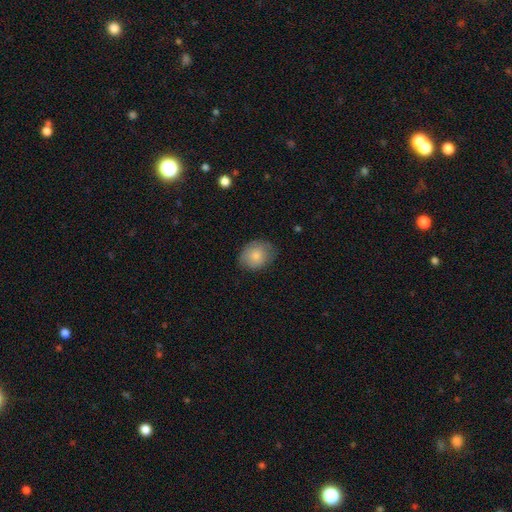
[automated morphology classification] Q: Smooth or featured?
A: smooth (80%); runner-up: featured or disk (12%)
Q: How rounded?
A: in between (51%); runner-up: round (48%)
Q: Merging?
A: none (70%); runner-up: minor disturbance (23%)